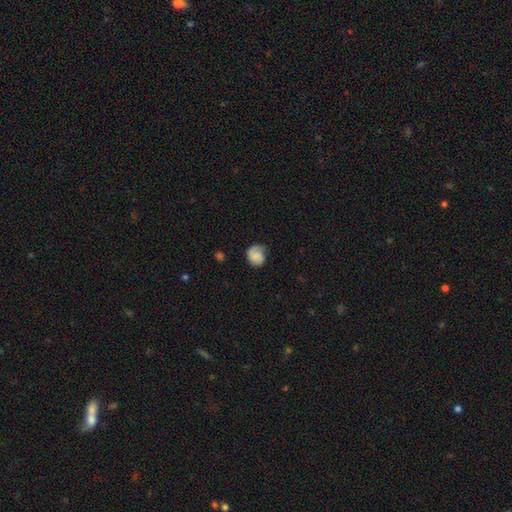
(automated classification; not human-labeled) A smooth galaxy with no disk features (64%) that is round (73%).

Vote fractions:
- Smooth or featured? smooth: 64% / featured or disk: 28% / star or artifact: 8%
- How rounded? round: 73% / in between: 26% / cigar-shaped: 1%
- Merging? none: 60% / minor disturbance: 27% / major disturbance: 11% / merger: 1%